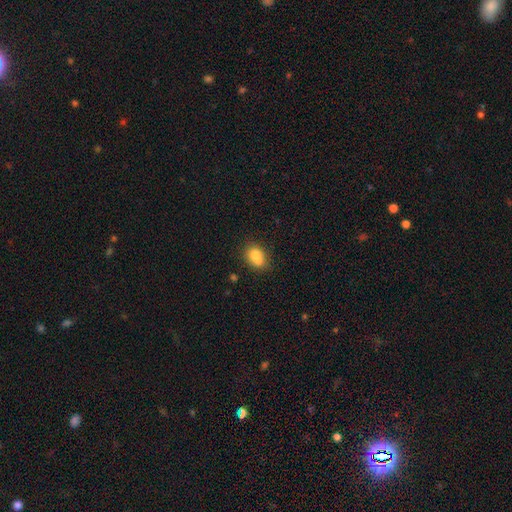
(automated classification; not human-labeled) Smooth or featured? smooth (72%)
How rounded? round (53%)
Merging? merger (47%)